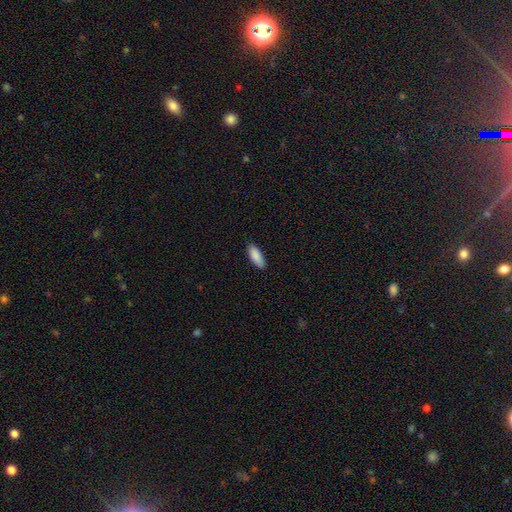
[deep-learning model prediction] Smooth or featured? Predicted: smooth (p=0.89). How rounded? Predicted: in between (p=0.74). Merging? Predicted: none (p=0.85).